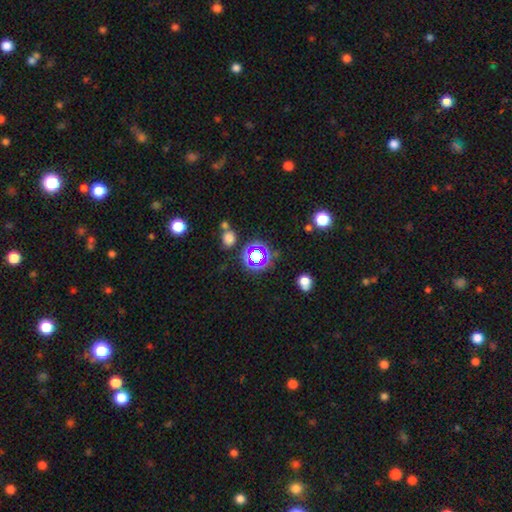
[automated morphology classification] Smooth or featured?
  - star or artifact: 59% *
  - smooth: 30%
  - featured or disk: 12%